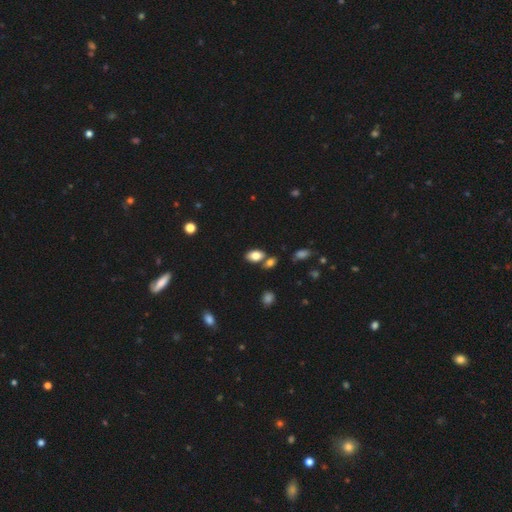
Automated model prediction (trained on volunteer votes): smooth-or-featured: smooth: 80% | featured or disk: 10% | star or artifact: 9%
  how-rounded: in between: 88% | round: 10% | cigar-shaped: 2%
  merging: none: 65% | merger: 19% | minor disturbance: 12% | major disturbance: 3%